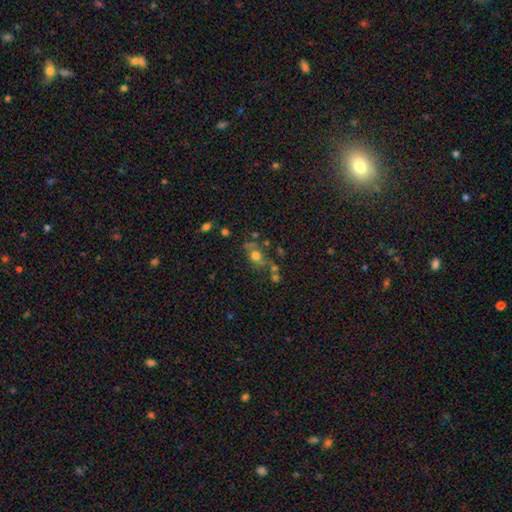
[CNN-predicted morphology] Q: Smooth or featured?
A: smooth (55%); runner-up: featured or disk (26%)
Q: How rounded?
A: round (63%); runner-up: in between (35%)
Q: Merging?
A: none (49%); runner-up: merger (20%)